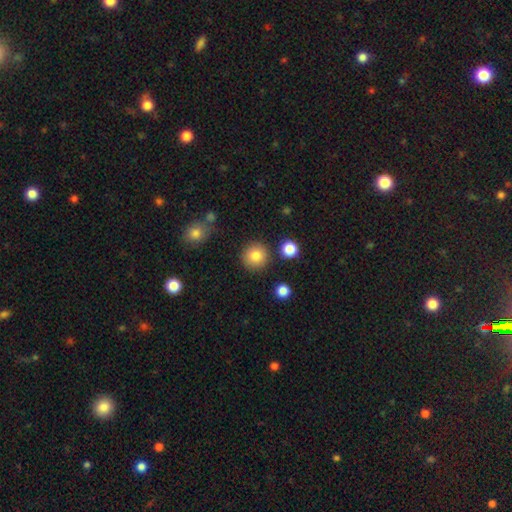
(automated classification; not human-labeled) Morphology: type=smooth (83%); roundness=round (94%); merging=none (87%).